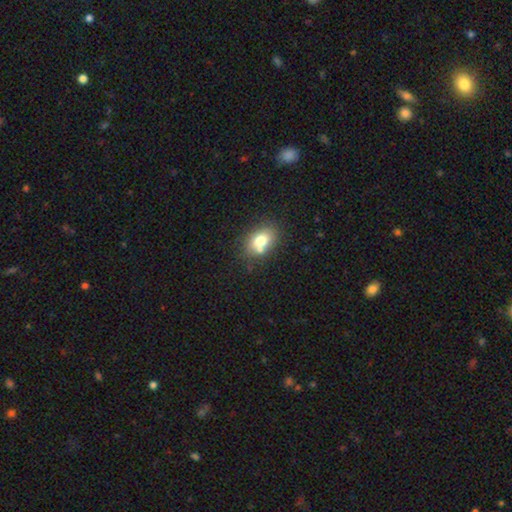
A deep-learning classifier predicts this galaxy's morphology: This appears to be a smooth galaxy with no disk features (76%) that is in between round and cigar-shaped (67%). Merging: none (88%).